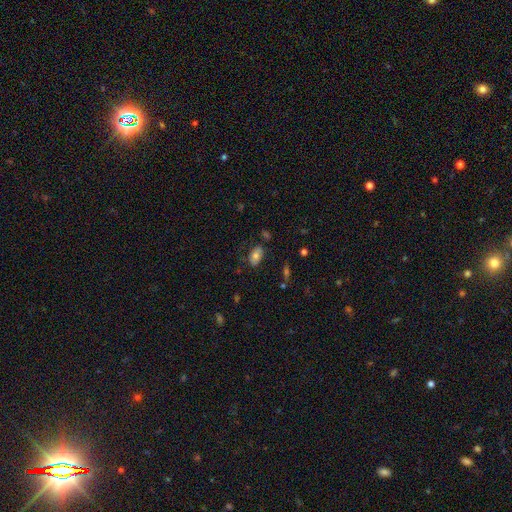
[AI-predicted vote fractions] The model was most divided on "smooth or featured": smooth: 70%, featured or disk: 21%, star or artifact: 9%. More confident: how rounded — in between (90%); merging — none (72%).